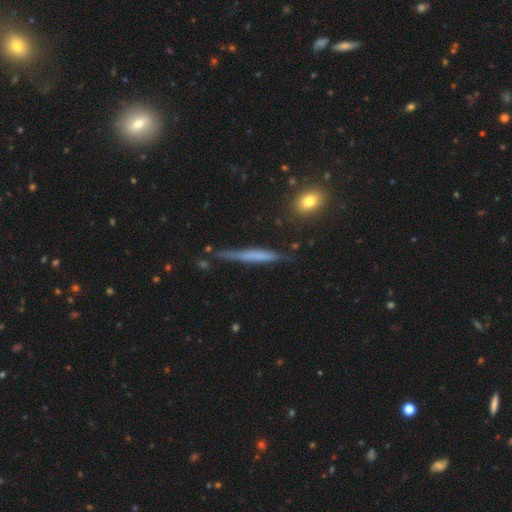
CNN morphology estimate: Smooth or featured?
  - smooth: 47% *
  - featured or disk: 46%
  - star or artifact: 7%
Merging?
  - none: 75% *
  - minor disturbance: 19%
  - major disturbance: 4%
  - merger: 3%